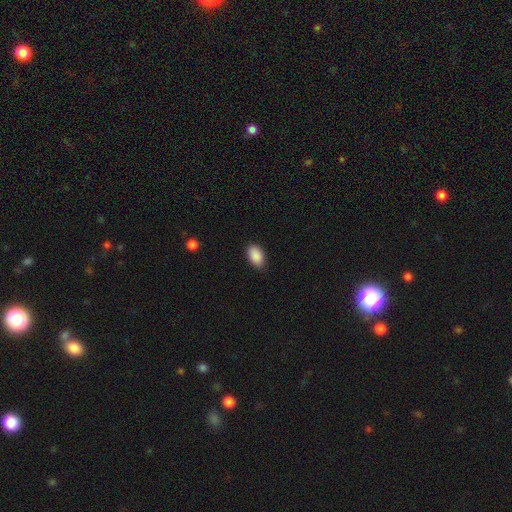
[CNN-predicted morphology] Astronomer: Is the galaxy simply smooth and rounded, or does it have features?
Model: smooth — 90%.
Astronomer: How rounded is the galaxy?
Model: in between — 93%.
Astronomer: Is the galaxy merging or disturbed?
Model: none — 83%.